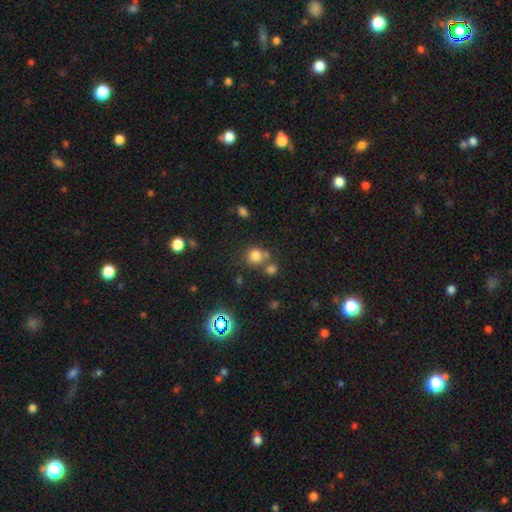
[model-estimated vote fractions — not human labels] This is likely a smooth galaxy (77%). How rounded: clearly round (84%). Merging: possibly none (58%).